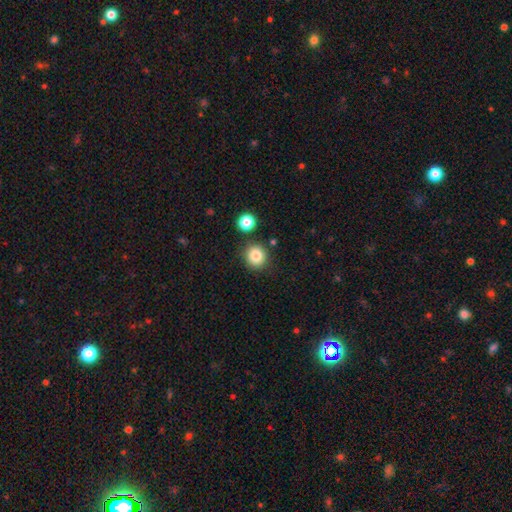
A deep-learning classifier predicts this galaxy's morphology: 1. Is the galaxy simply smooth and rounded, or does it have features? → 84% smooth, 10% star or artifact, 6% featured or disk.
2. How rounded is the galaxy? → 89% round, 10% in between, 1% cigar-shaped.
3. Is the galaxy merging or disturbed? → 84% none, 8% minor disturbance, 5% merger, 3% major disturbance.